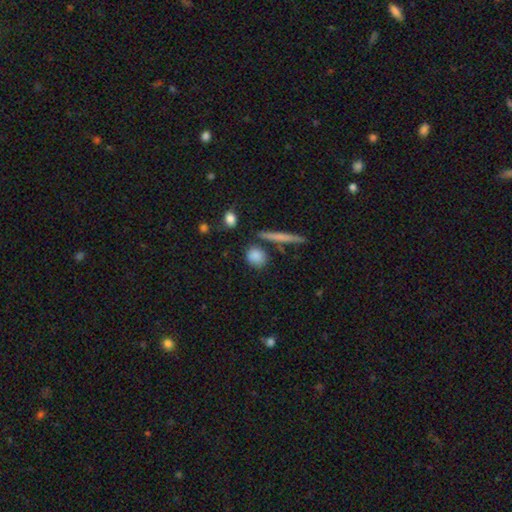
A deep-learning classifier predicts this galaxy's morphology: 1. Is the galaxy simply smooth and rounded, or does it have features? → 83% smooth, 9% featured or disk, 8% star or artifact.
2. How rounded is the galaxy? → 61% round, 29% in between, 10% cigar-shaped.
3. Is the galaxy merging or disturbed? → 75% none, 13% minor disturbance, 8% merger, 4% major disturbance.